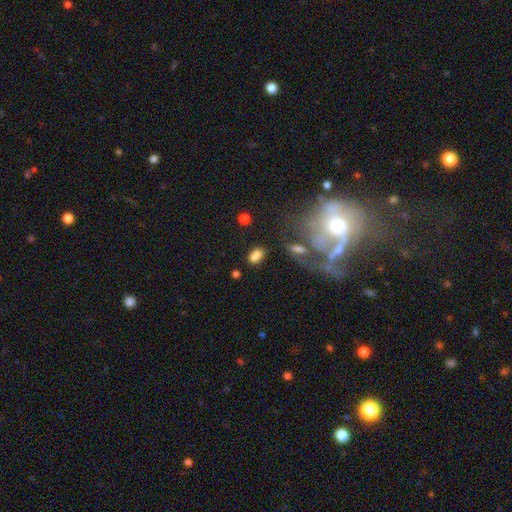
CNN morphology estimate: smooth 77%, star or artifact 12%, featured or disk 11%. Down the decision tree: how rounded — in between (85%); merging — none (51%).